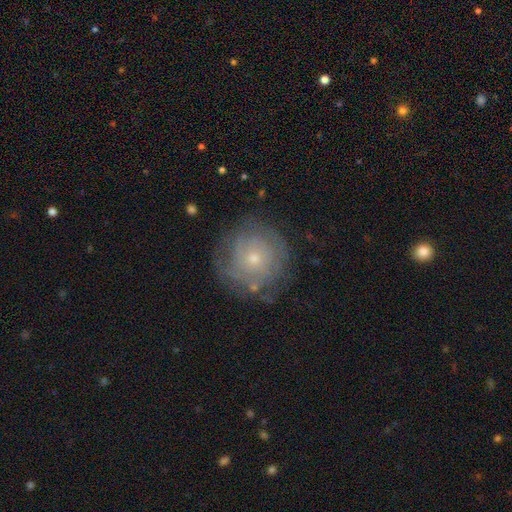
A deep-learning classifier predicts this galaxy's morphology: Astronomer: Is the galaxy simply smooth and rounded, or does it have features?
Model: featured or disk — 57%.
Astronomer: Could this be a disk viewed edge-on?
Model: no — 96%.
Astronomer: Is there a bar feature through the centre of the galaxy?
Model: no — 85%.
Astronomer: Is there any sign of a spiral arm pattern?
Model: yes — 79%.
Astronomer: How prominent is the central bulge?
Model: small — 68%.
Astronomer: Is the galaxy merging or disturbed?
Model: none — 81%.